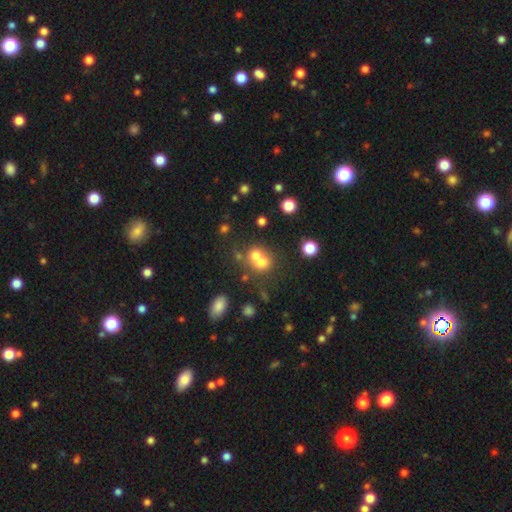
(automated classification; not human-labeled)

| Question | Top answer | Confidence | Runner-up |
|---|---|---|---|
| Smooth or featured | smooth | 64% | featured or disk (21%) |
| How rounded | round | 75% | in between (24%) |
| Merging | merger | 61% | none (29%) |